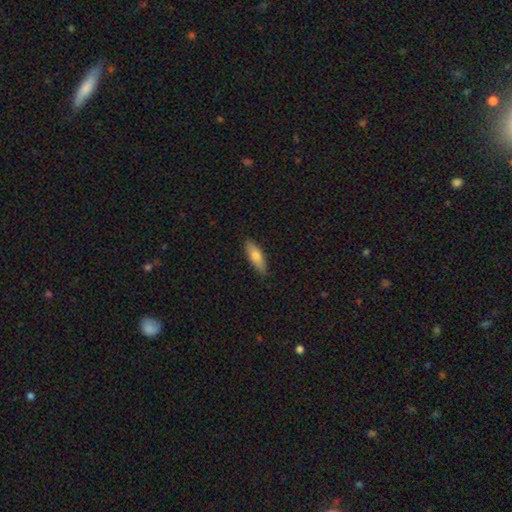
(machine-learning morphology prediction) smooth-or-featured: smooth: 75% | featured or disk: 19% | star or artifact: 6%
  how-rounded: in between: 57% | cigar-shaped: 41% | round: 2%
  merging: none: 86% | minor disturbance: 11% | major disturbance: 2% | merger: 1%